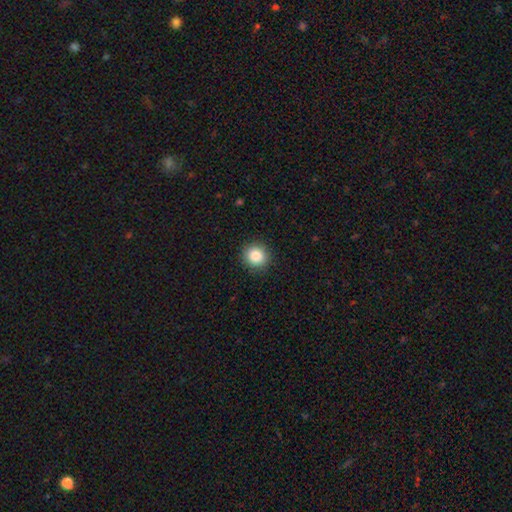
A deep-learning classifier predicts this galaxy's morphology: This is clearly a smooth galaxy (85%). How rounded: clearly round (92%). Merging: clearly none (92%).